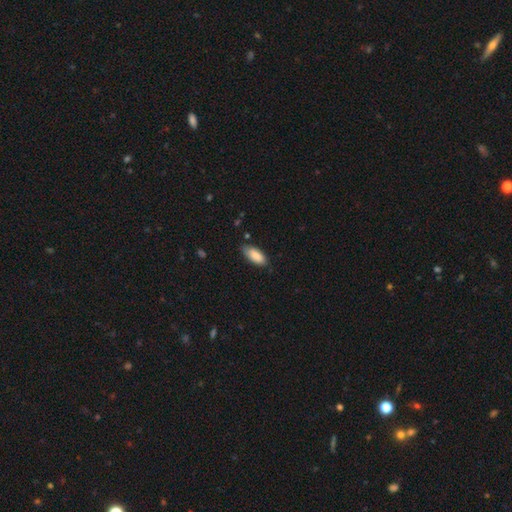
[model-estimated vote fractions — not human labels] Smooth or featured? Predicted: smooth (p=0.88). How rounded? Predicted: in between (p=0.86). Merging? Predicted: none (p=0.76).